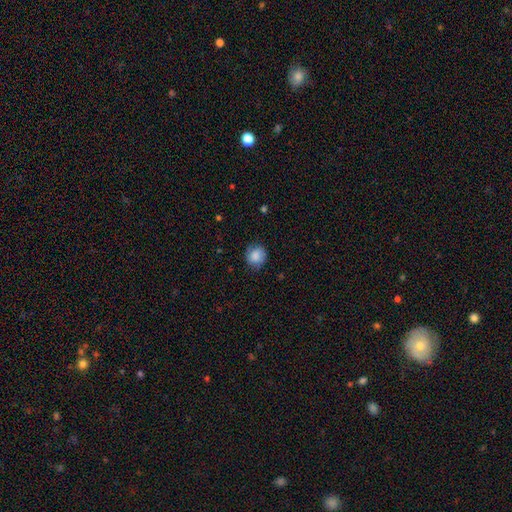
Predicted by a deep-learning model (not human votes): Smooth or featured: smooth — 74% (featured or disk — 18%)
How rounded: round — 81% (in between — 18%)
Merging: none — 77% (minor disturbance — 17%)